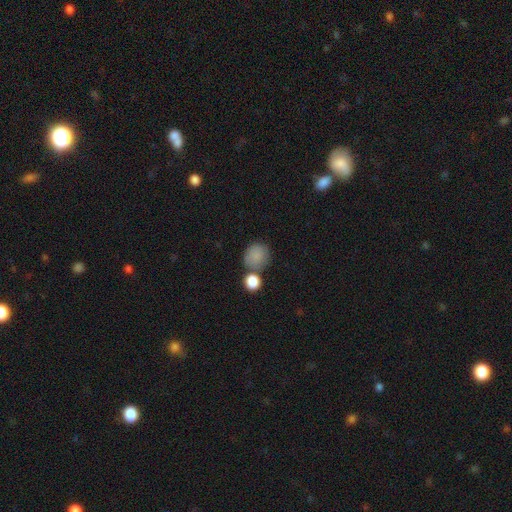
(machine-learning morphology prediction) A smooth galaxy with no disk features (84%) that is round (81%).

Vote fractions:
- Smooth or featured? smooth: 84% / star or artifact: 9% / featured or disk: 6%
- How rounded? round: 81% / in between: 18% / cigar-shaped: 1%
- Merging? none: 60% / merger: 19% / minor disturbance: 15% / major disturbance: 5%